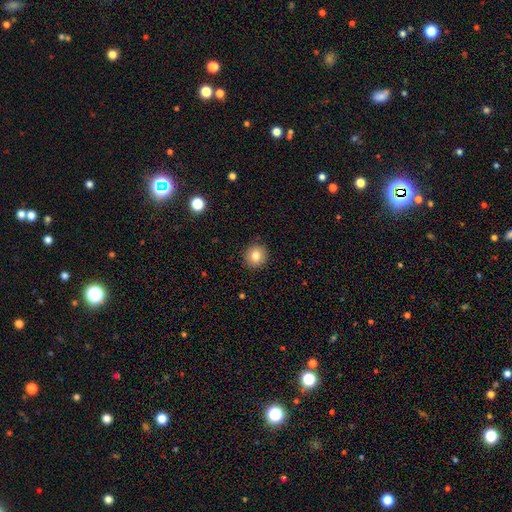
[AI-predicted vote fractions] This appears to be a smooth galaxy with no disk features (82%) that is round (92%). Merging: none (92%).